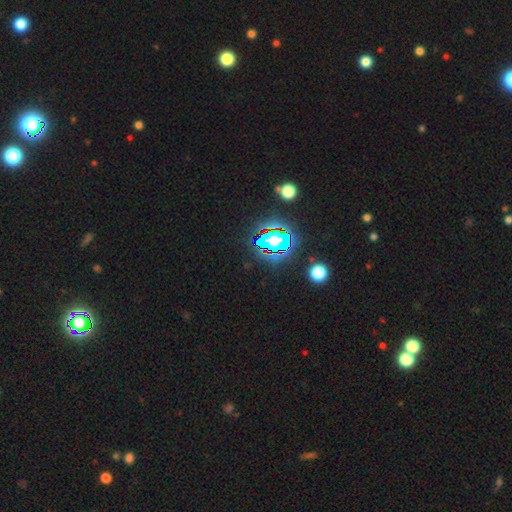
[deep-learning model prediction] This is clearly a star or artifact rather than a galaxy (81%).